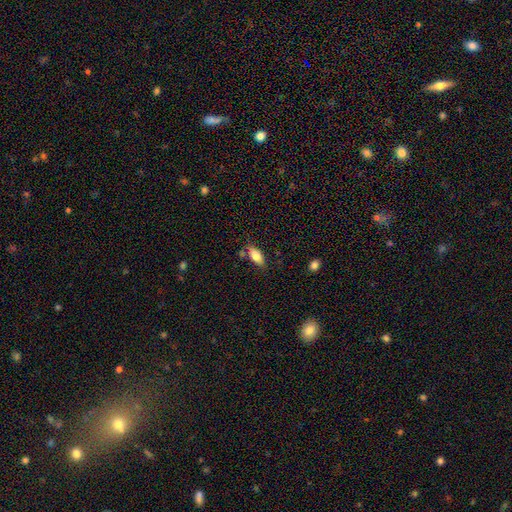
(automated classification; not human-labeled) The model was most divided on "merging": none: 74%, minor disturbance: 16%, merger: 6%, major disturbance: 4%. More confident: how rounded — in between (85%); smooth or featured — smooth (76%).